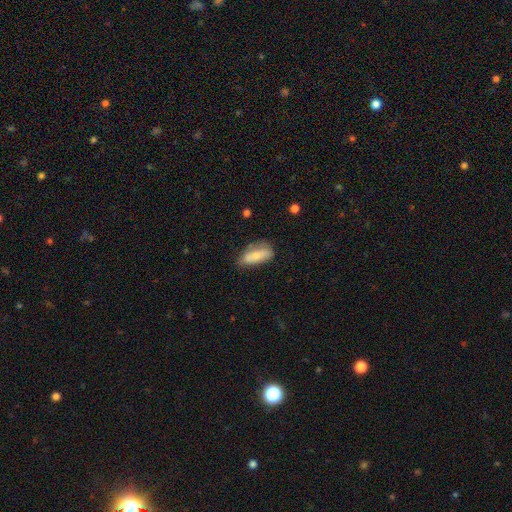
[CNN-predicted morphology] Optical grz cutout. It shows a smooth galaxy with no disk features (75%) that is in between round and cigar-shaped (80%). Merging: none (54%).